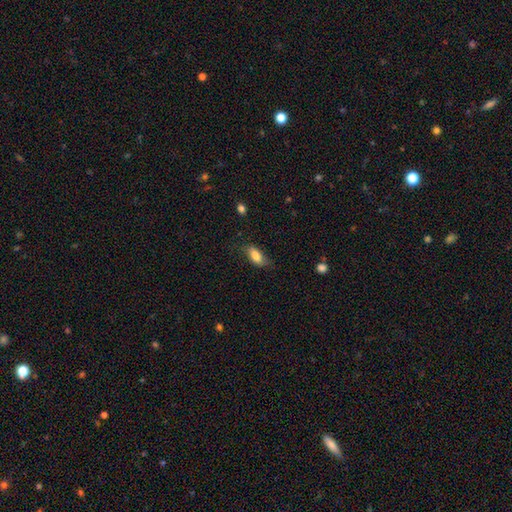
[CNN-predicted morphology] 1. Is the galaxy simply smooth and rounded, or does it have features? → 80% smooth, 13% featured or disk, 7% star or artifact.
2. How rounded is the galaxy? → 86% in between, 10% cigar-shaped, 4% round.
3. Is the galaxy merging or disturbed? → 70% none, 22% minor disturbance, 6% major disturbance, 1% merger.